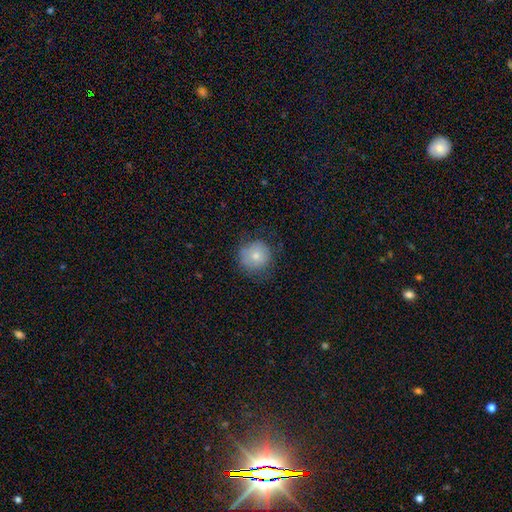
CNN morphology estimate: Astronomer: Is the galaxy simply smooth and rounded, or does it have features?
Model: smooth — 74%.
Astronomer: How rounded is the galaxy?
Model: round — 92%.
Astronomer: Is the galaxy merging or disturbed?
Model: none — 71%.